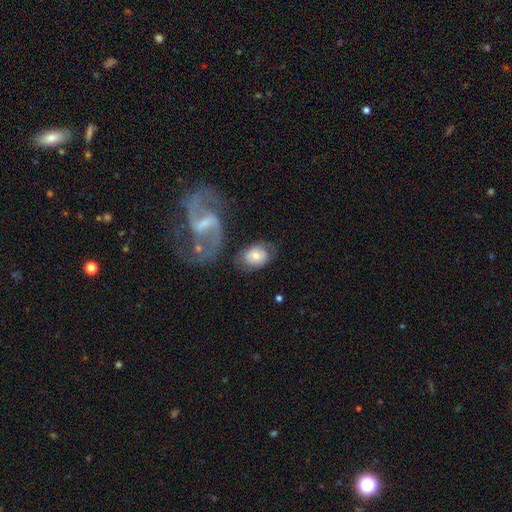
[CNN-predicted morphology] Smooth or featured?
  - smooth: 56% *
  - featured or disk: 36%
  - star or artifact: 7%
How rounded?
  - in between: 68% *
  - round: 31%
  - cigar-shaped: 1%
Merging?
  - none: 59% *
  - minor disturbance: 18%
  - merger: 13%
  - major disturbance: 11%